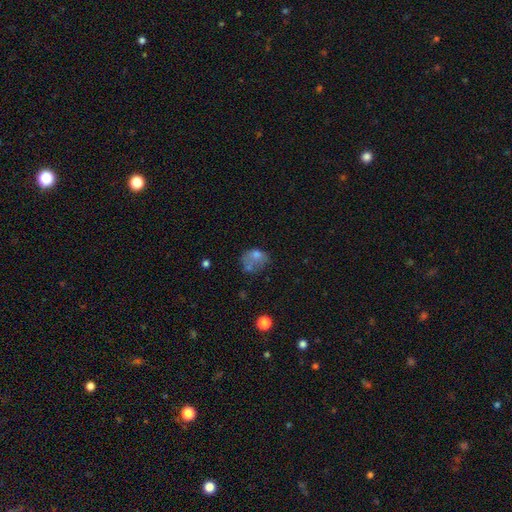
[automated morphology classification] This appears to be a smooth galaxy with no disk features (58%) that is in between round and cigar-shaped (51%). Merging: none (34%).